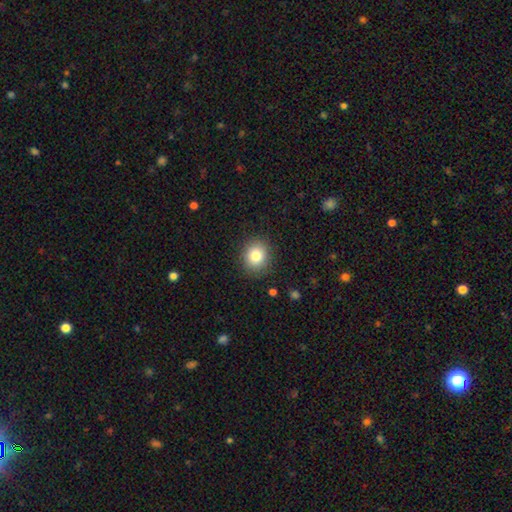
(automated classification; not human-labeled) smooth 82%, star or artifact 10%, featured or disk 8%. Down the decision tree: how rounded — round (77%); merging — none (89%).